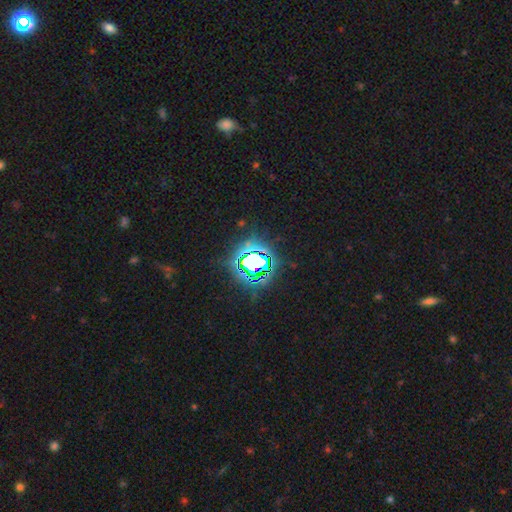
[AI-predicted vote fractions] This appears to be a star or artifact, not a galaxy (77%).